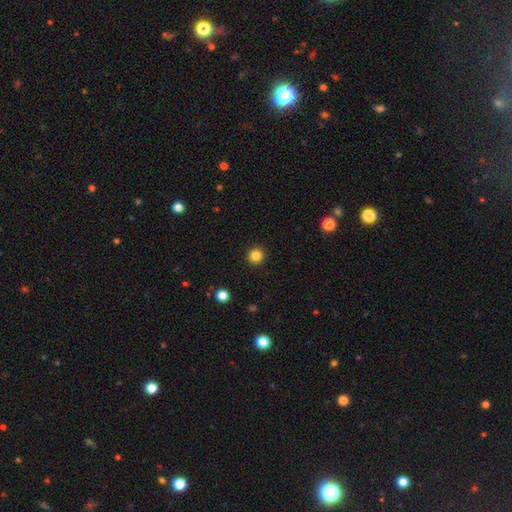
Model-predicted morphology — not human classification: smooth 84%, star or artifact 12%, featured or disk 4%. Down the decision tree: how rounded — round (95%); merging — none (93%).